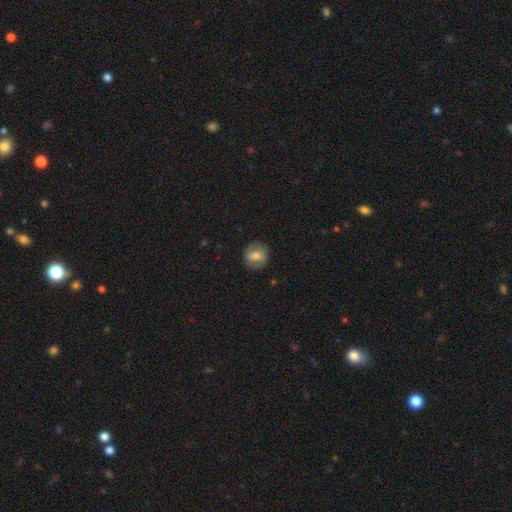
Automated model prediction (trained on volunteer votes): This is possibly a smooth galaxy (58%). How rounded: clearly round (82%). Merging: clearly none (85%).